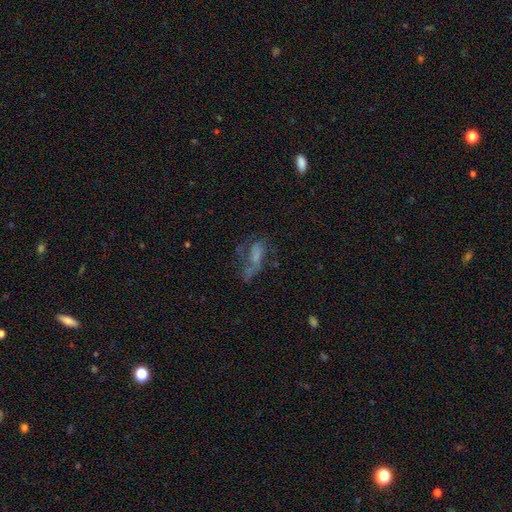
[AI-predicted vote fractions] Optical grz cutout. It shows a featured or disk galaxy (44%). Merging: major disturbance (38%).